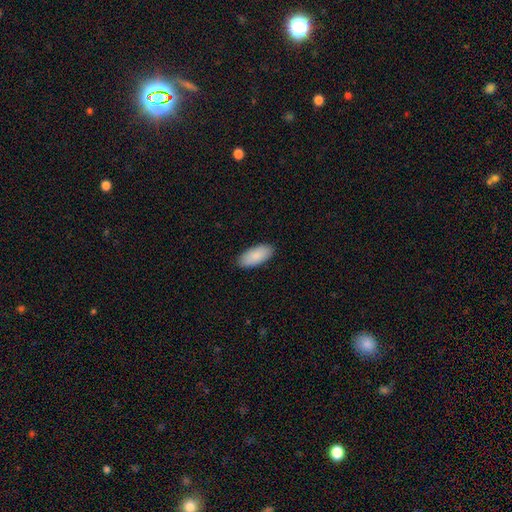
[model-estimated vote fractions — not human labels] A smooth galaxy with no disk features (90%) that is in between round and cigar-shaped (91%). Merging: none (88%).